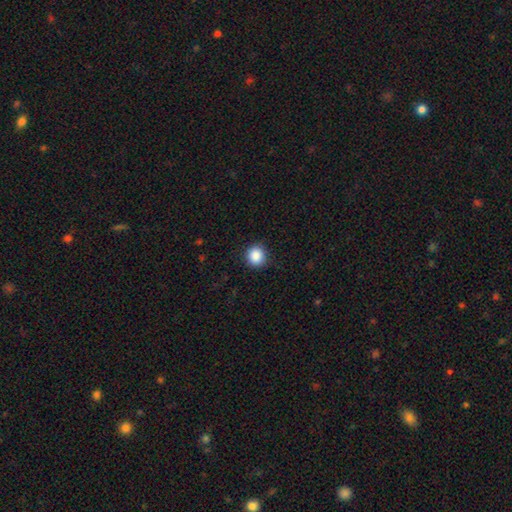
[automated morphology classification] Smooth or featured? smooth (88%)
How rounded? round (91%)
Merging? none (90%)